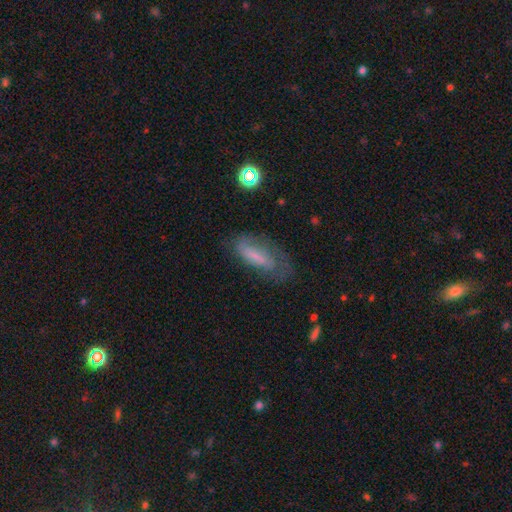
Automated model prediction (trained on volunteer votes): Q: Smooth or featured?
A: smooth (50%); runner-up: featured or disk (40%)
Q: Merging?
A: none (52%); runner-up: minor disturbance (26%)